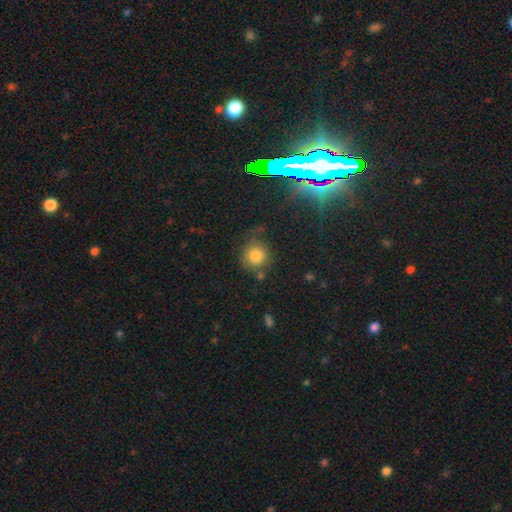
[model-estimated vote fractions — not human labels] smooth-or-featured: smooth: 80% | star or artifact: 12% | featured or disk: 8%
  how-rounded: round: 90% | in between: 9% | cigar-shaped: 1%
  merging: none: 68% | minor disturbance: 18% | major disturbance: 7% | merger: 7%